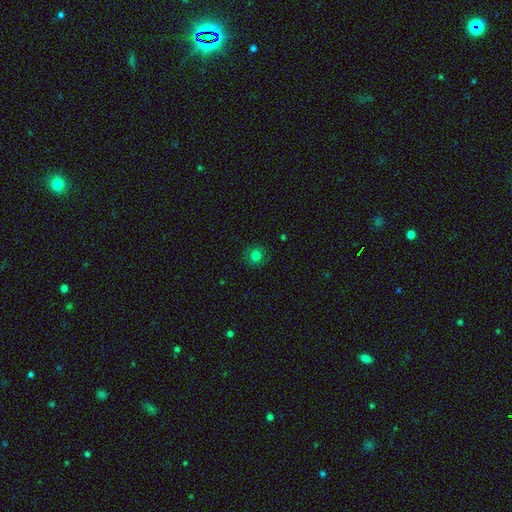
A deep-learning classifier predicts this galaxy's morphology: smooth 77%, star or artifact 13%, featured or disk 10%. Down the decision tree: how rounded — round (89%); merging — none (86%).